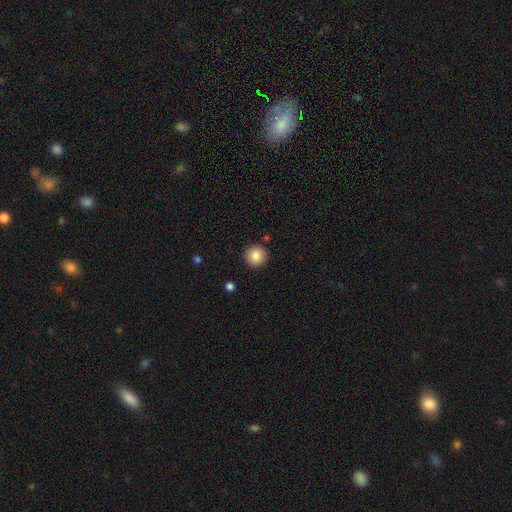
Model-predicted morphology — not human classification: The model was most divided on "smooth or featured": smooth: 85%, star or artifact: 9%, featured or disk: 5%. More confident: how rounded — round (95%); merging — none (91%).